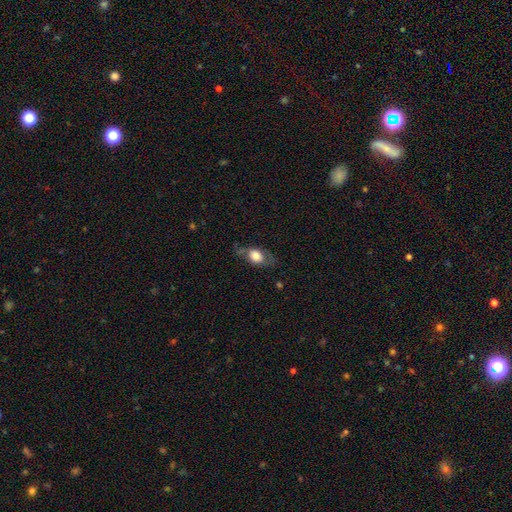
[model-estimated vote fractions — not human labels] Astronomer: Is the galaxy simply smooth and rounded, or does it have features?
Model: smooth — 61%.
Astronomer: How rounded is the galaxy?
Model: in between — 77%.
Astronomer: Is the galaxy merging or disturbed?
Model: none — 60%.